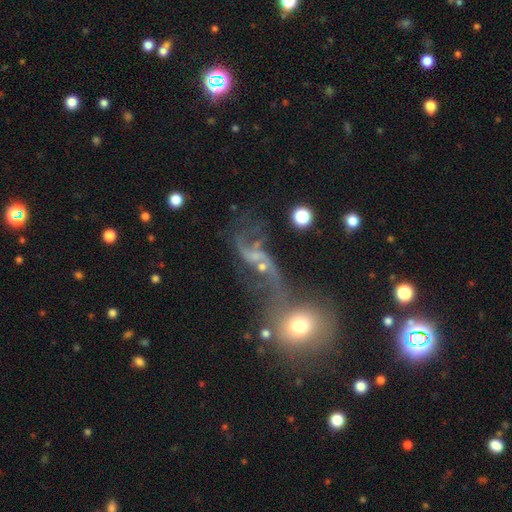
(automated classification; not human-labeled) Smooth or featured? featured or disk (76%)
Edge-on disk? no (94%)
Bar? no (52%)
Spiral arms? yes (86%)
Spiral winding? loose (88%)
Spiral arm count? 2 (87%)
Bulge size? small (59%)
Merging? merger (35%)